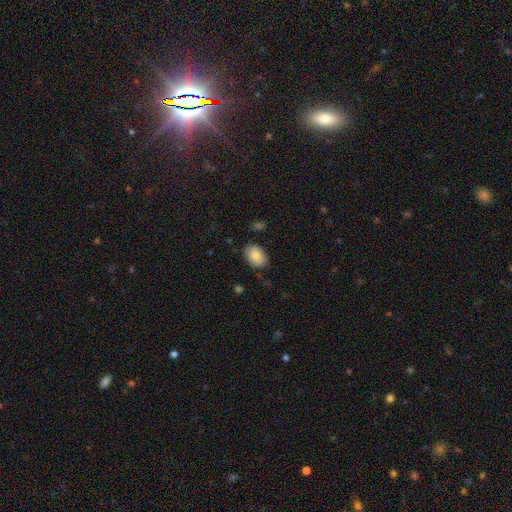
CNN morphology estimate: A smooth galaxy with no disk features (84%) that is in between round and cigar-shaped (79%). Merging: none (78%).